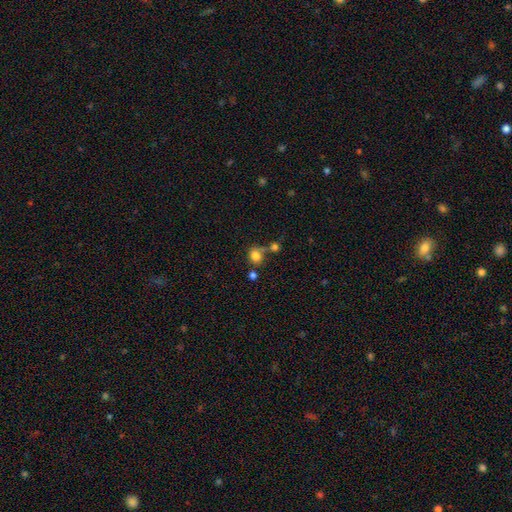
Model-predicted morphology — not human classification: Q: Smooth or featured?
A: smooth (80%); runner-up: star or artifact (12%)
Q: How rounded?
A: round (74%); runner-up: in between (25%)
Q: Merging?
A: none (51%); runner-up: merger (30%)